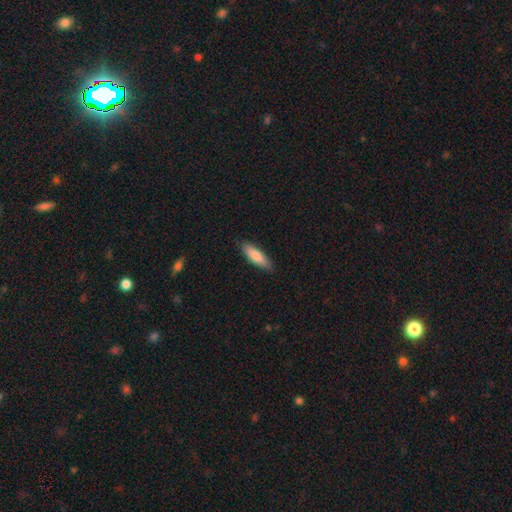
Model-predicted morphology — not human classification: A smooth galaxy with no disk features (84%) that is cigar-shaped (56%).

Vote fractions:
- Smooth or featured? smooth: 84% / featured or disk: 11% / star or artifact: 5%
- How rounded? cigar-shaped: 56% / in between: 42% / round: 1%
- Merging? none: 86% / minor disturbance: 11% / major disturbance: 2% / merger: 1%